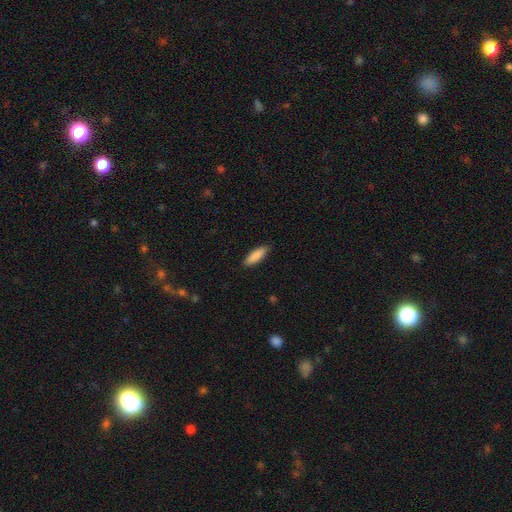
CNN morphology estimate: Smooth or featured? smooth (87%)
How rounded? cigar-shaped (52%)
Merging? none (88%)